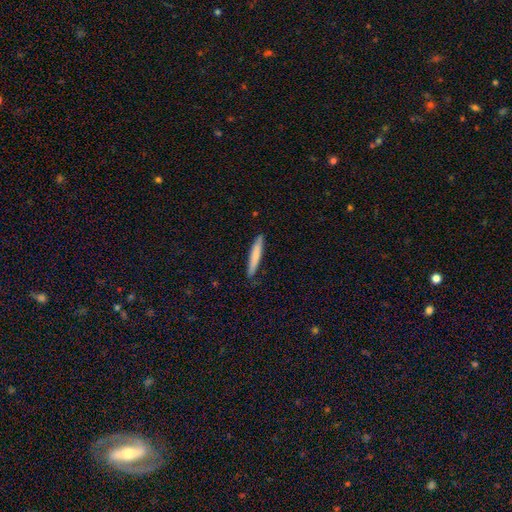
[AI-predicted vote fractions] This appears to be a smooth galaxy with no disk features (75%) that is cigar-shaped (94%). Merging: none (87%).